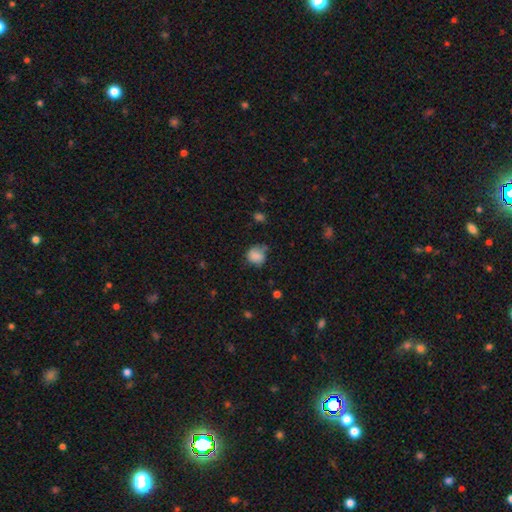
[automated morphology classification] Q: Smooth or featured?
A: smooth (78%); runner-up: featured or disk (13%)
Q: How rounded?
A: round (67%); runner-up: in between (32%)
Q: Merging?
A: none (48%); runner-up: minor disturbance (33%)